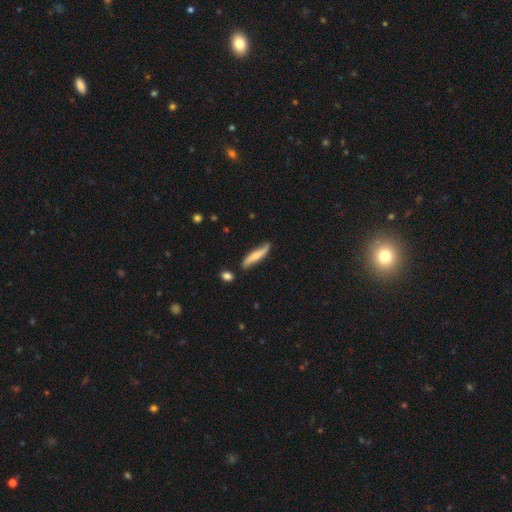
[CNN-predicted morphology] smooth_or_featured: smooth (p=0.52) [alt: featured or disk p=0.42]
how_rounded: cigar-shaped (p=0.85) [alt: in between p=0.13]
merging: none (p=0.74) [alt: minor disturbance p=0.19]